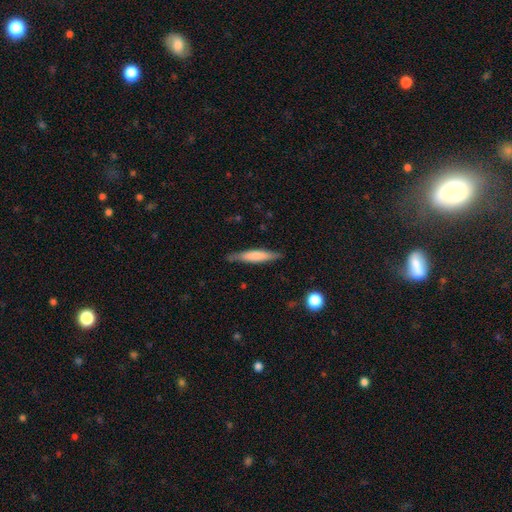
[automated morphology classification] This appears to be a smooth galaxy with no disk features (62%) that is cigar-shaped (88%). Merging: none (82%).